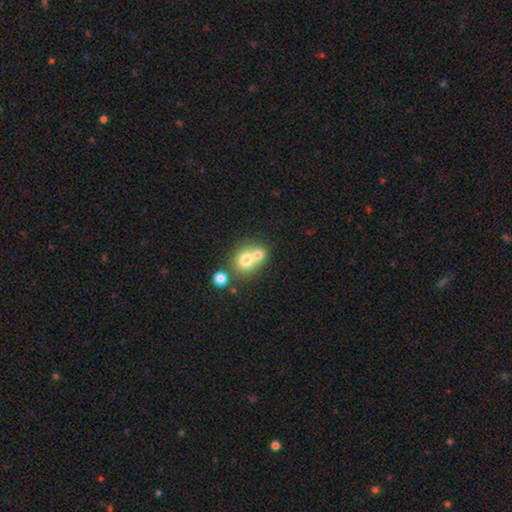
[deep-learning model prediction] smooth_or_featured: smooth (p=0.69) [alt: featured or disk p=0.18]
how_rounded: round (p=0.76) [alt: in between p=0.24]
merging: merger (p=0.59) [alt: none p=0.33]